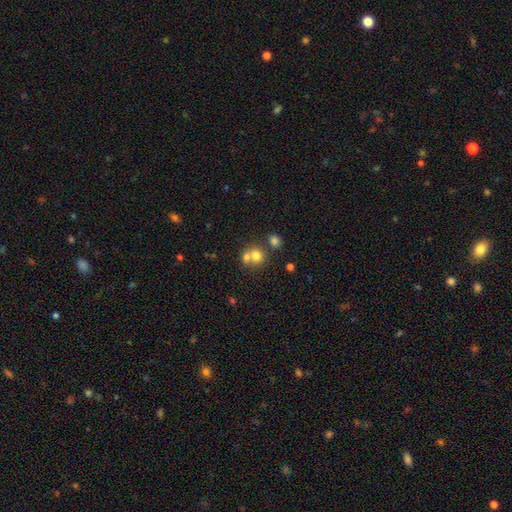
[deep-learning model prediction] This is likely a smooth galaxy (72%). How rounded: clearly round (80%). Merging: possibly merger (51%).